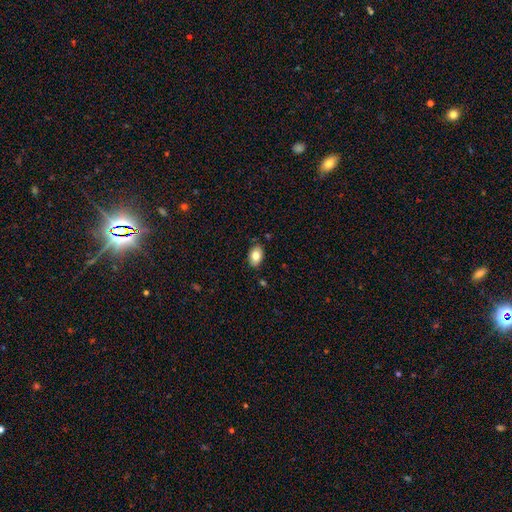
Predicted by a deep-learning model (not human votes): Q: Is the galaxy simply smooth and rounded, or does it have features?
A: smooth — 81%.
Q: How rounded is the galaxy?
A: in between — 88%.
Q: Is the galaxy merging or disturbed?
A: none — 84%.